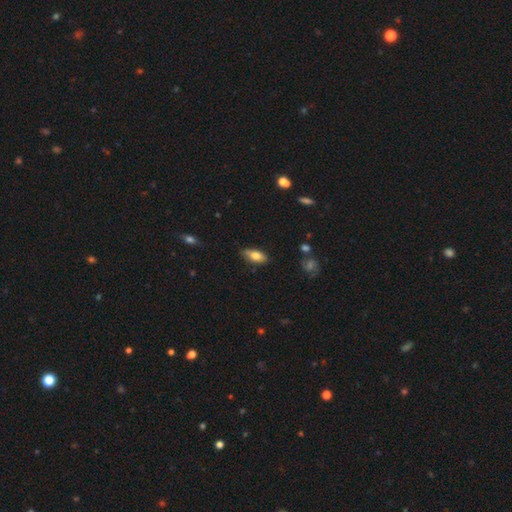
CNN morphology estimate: Smooth or featured? Predicted: smooth (p=0.75). How rounded? Predicted: in between (p=0.84). Merging? Predicted: none (p=0.76).